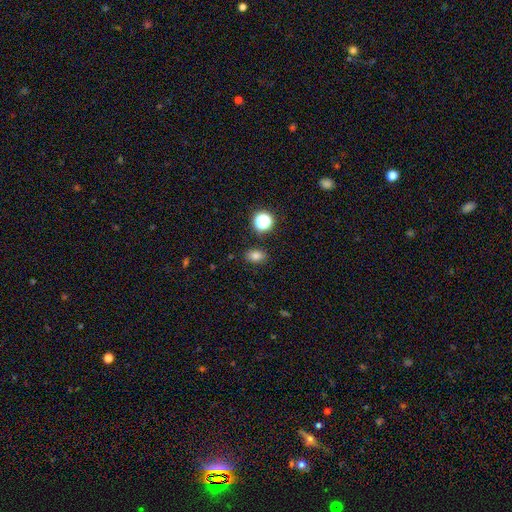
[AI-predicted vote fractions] Morphology: type=smooth (80%); roundness=in between (75%); merging=none (86%).